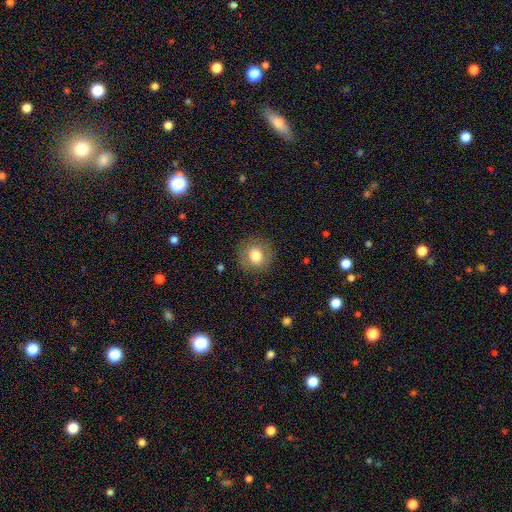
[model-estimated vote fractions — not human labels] Smooth or featured? Predicted: smooth (p=0.76). How rounded? Predicted: round (p=0.90). Merging? Predicted: none (p=0.86).